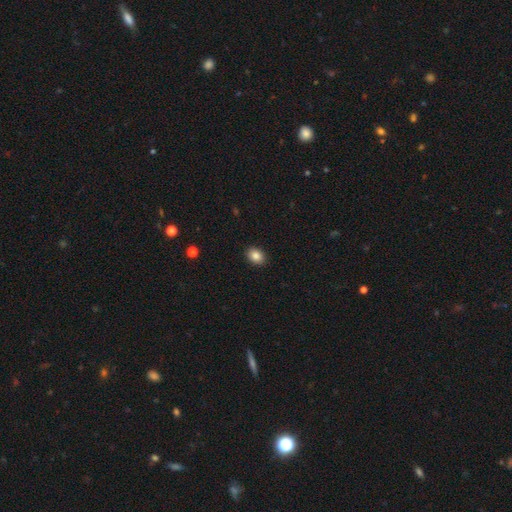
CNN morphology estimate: smooth 86%, star or artifact 9%, featured or disk 5%. Down the decision tree: how rounded — in between (67%); merging — none (90%).